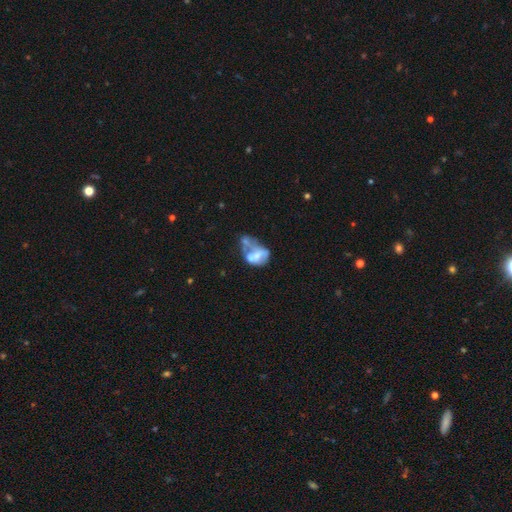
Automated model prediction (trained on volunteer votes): The model was most divided on "smooth or featured": featured or disk: 50%, smooth: 40%, star or artifact: 10%. Remaining: merging — merger (41%).